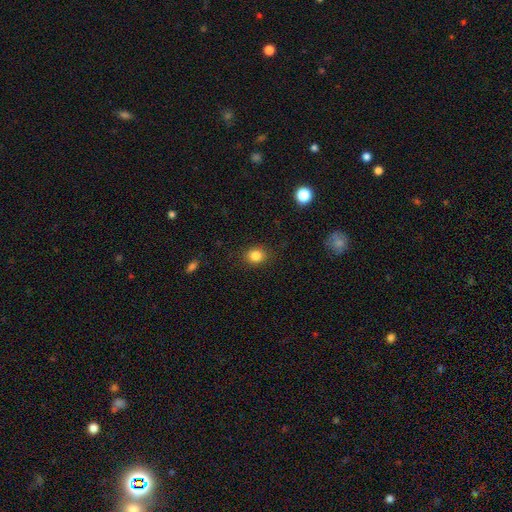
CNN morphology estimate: The model was most divided on "how rounded": round: 64%, in between: 35%, cigar-shaped: 1%. More confident: merging — none (87%); smooth or featured — smooth (84%).